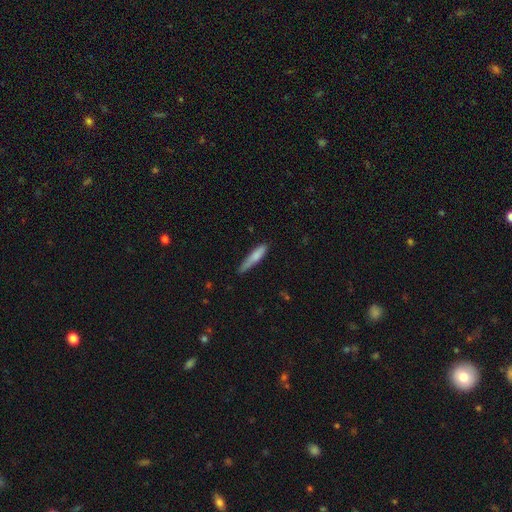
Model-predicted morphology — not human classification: This is likely a smooth galaxy (77%). How rounded: clearly cigar-shaped (88%). Merging: likely none (63%).